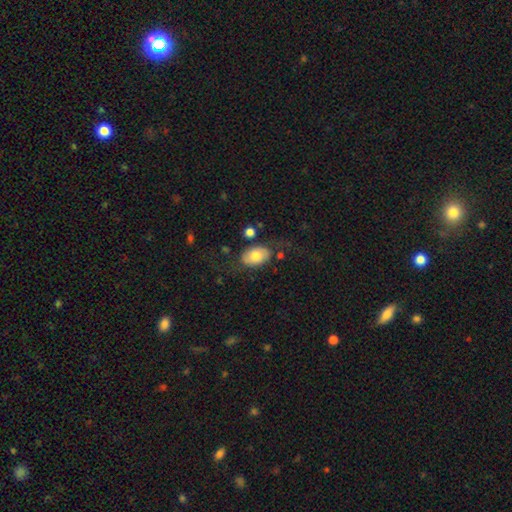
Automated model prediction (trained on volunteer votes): A smooth galaxy with no disk features (71%) that is in between round and cigar-shaped (87%).

Vote fractions:
- Smooth or featured? smooth: 71% / featured or disk: 22% / star or artifact: 7%
- How rounded? in between: 87% / round: 11% / cigar-shaped: 1%
- Merging? none: 66% / minor disturbance: 18% / major disturbance: 11% / merger: 5%